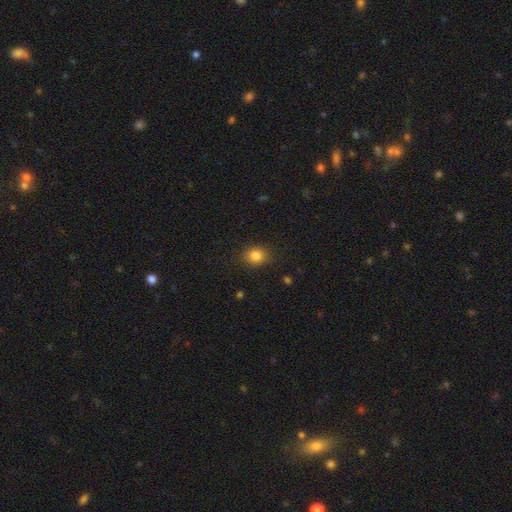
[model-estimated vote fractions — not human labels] smooth 83%, star or artifact 11%, featured or disk 6%. Down the decision tree: how rounded — round (66%); merging — none (88%).